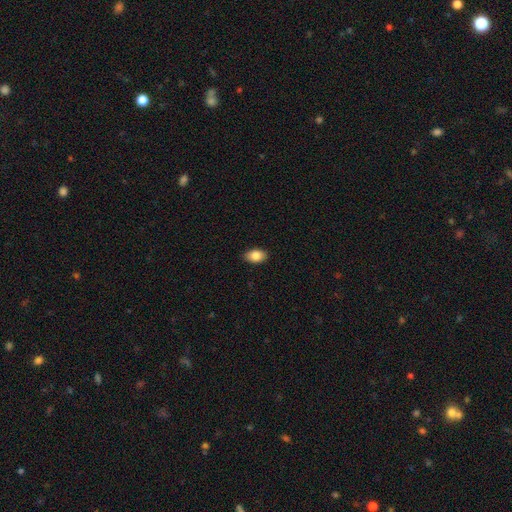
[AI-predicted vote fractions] Smooth or featured?
  - smooth: 84% *
  - featured or disk: 9%
  - star or artifact: 7%
How rounded?
  - in between: 90% *
  - round: 9%
  - cigar-shaped: 1%
Merging?
  - none: 89% *
  - minor disturbance: 8%
  - major disturbance: 2%
  - merger: 1%